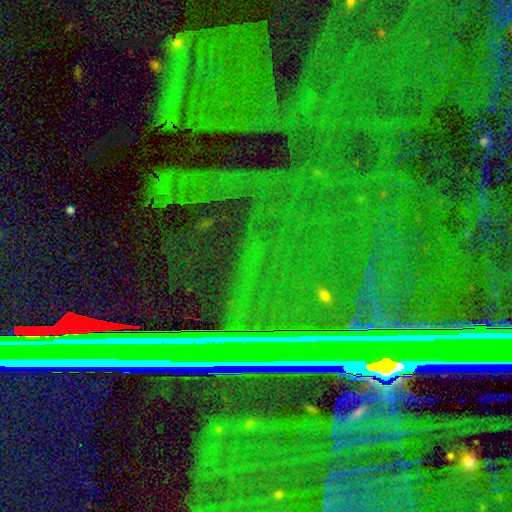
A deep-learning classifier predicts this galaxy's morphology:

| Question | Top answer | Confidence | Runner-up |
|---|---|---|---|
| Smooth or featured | star or artifact | 85% | featured or disk (9%) |